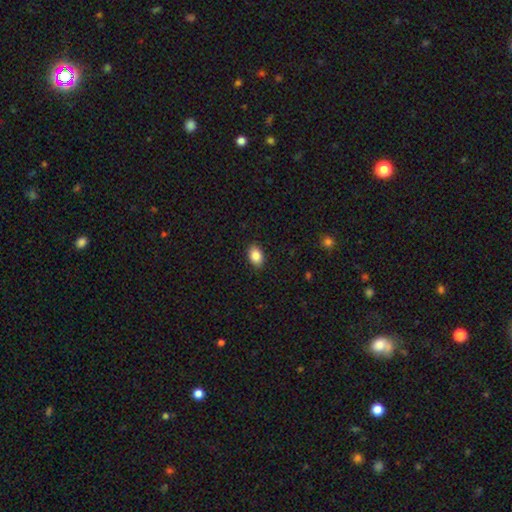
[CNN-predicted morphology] Smooth or featured? smooth (85%)
How rounded? in between (84%)
Merging? none (89%)